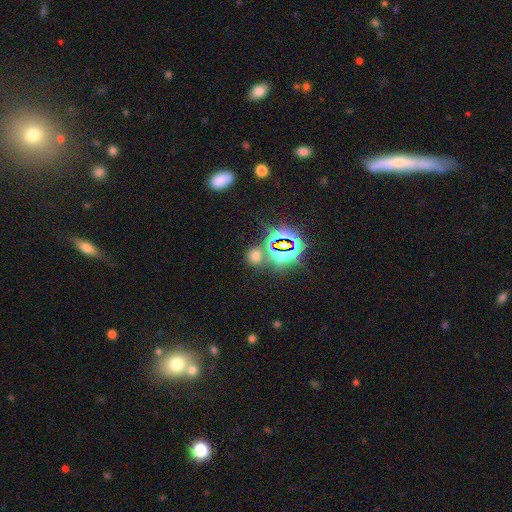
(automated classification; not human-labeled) The model was most divided on "smooth or featured": smooth: 47%, star or artifact: 45%, featured or disk: 8%. More confident: merging — none (72%).